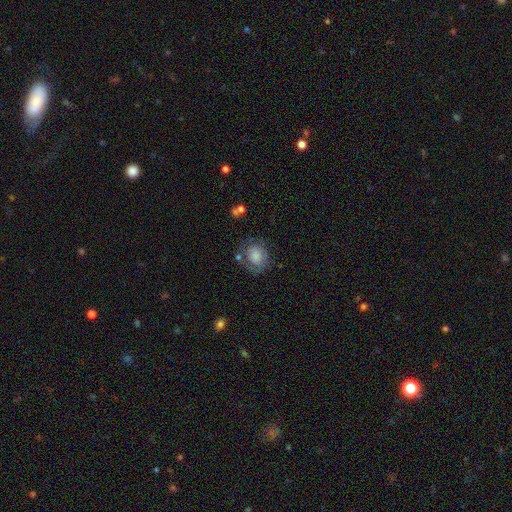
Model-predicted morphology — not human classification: Overall: smooth (62%; featured or disk 29%). How rounded: round (63%; in between 36%). Merging: none (57%; minor disturbance 23%).